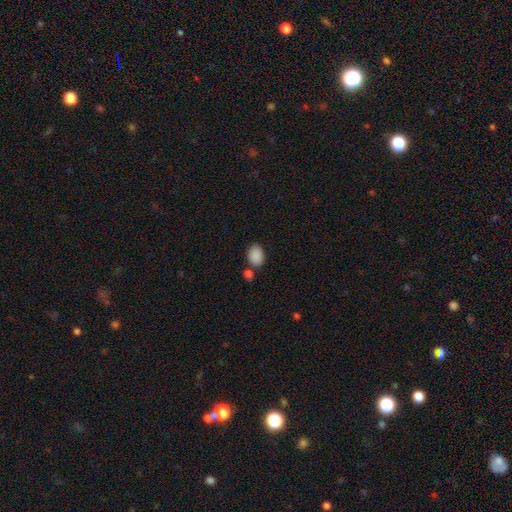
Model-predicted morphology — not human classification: Smooth or featured? smooth (89%)
How rounded? in between (76%)
Merging? none (70%)